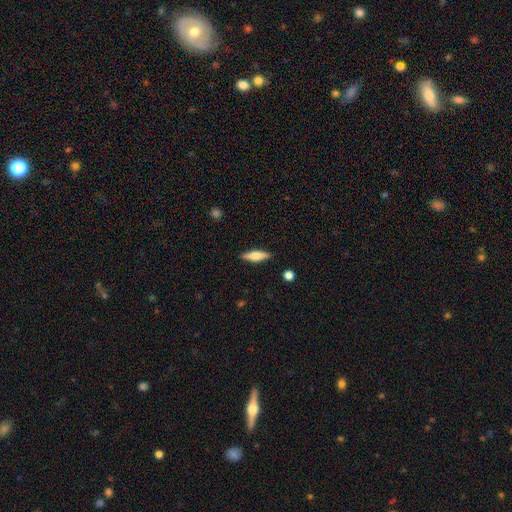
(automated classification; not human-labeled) Smooth or featured? Predicted: smooth (p=0.49). Merging? Predicted: none (p=0.88).